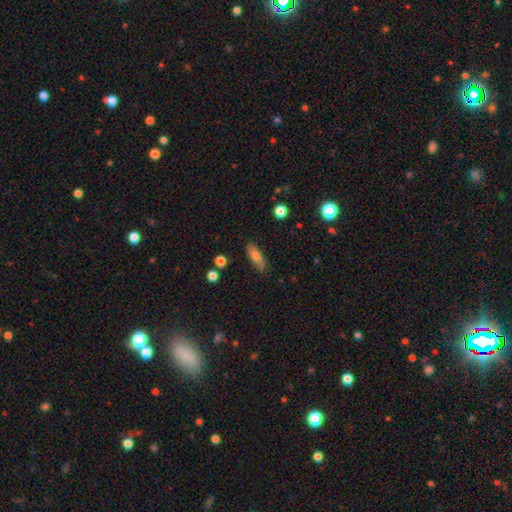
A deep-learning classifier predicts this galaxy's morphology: smooth-or-featured: smooth: 69% | featured or disk: 23% | star or artifact: 8%
  how-rounded: cigar-shaped: 48% (tied) | in between: 48% (tied) | round: 3%
  merging: none: 78% | minor disturbance: 16% | major disturbance: 3% | merger: 2%